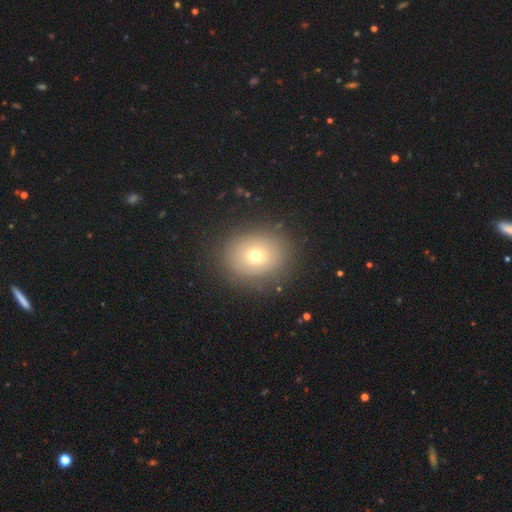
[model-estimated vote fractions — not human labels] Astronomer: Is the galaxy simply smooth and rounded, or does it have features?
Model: smooth — 67%.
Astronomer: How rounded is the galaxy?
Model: round — 70%.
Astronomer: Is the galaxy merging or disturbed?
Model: none — 84%.